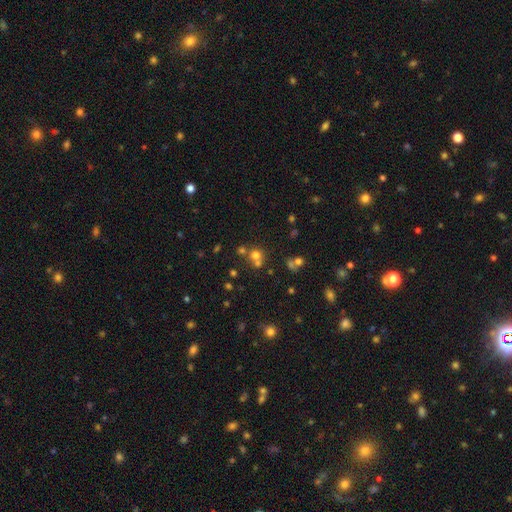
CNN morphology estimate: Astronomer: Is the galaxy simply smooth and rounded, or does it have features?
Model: smooth — 62%.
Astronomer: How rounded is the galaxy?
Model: round — 86%.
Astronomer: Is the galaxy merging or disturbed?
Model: none — 52% (runner-up: merger, 37%).